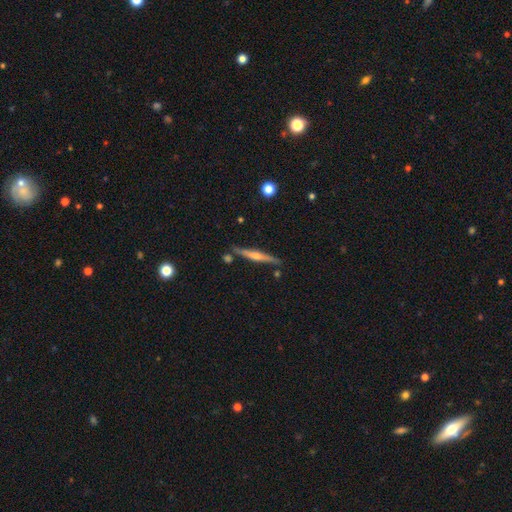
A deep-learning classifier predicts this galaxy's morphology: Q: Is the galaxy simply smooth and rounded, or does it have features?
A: featured or disk — 76%.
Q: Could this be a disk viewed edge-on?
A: yes — 98%.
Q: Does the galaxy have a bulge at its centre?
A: rounded — 83%.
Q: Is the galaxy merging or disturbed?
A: none — 86%.